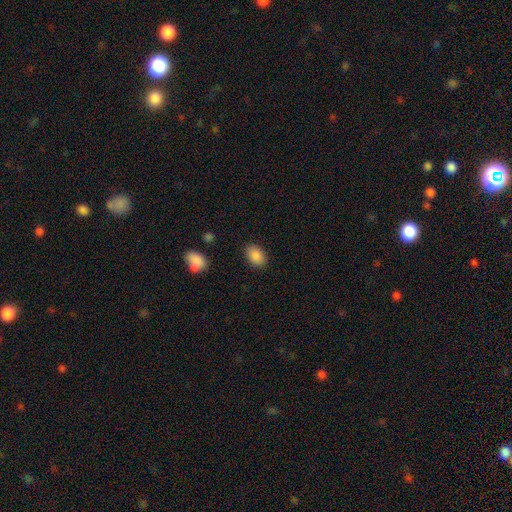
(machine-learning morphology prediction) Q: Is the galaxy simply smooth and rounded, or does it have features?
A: smooth — 88%.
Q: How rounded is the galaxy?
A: in between — 83%.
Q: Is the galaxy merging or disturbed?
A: none — 86%.